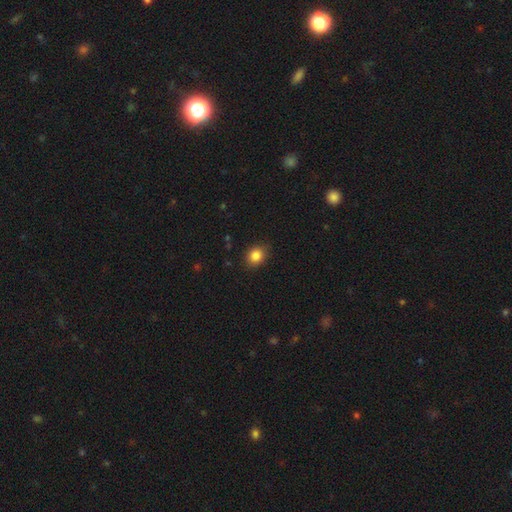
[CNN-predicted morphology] Overall: smooth (85%). How rounded: round (58%; in between 41%). Merging: none (87%).